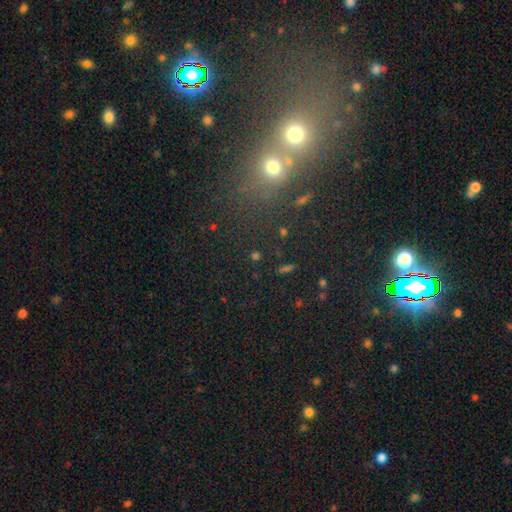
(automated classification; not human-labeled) Smooth or featured? Predicted: smooth (p=0.46). Merging? Predicted: none (p=0.76).